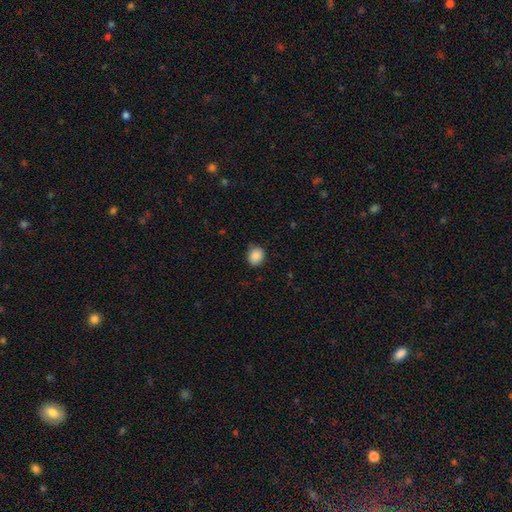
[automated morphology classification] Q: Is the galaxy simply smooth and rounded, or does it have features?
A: smooth — 88%.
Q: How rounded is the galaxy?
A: round — 62%.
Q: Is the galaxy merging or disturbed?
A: none — 79%.